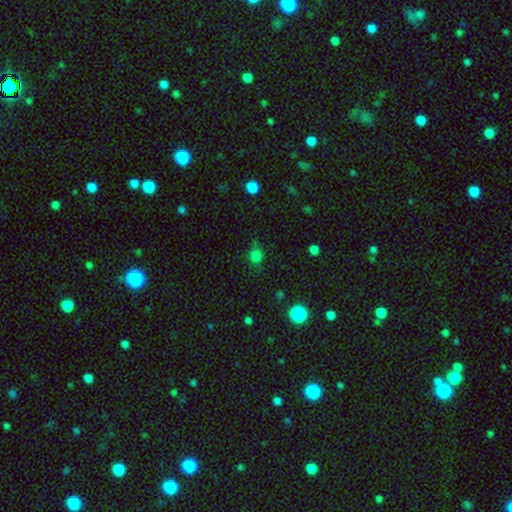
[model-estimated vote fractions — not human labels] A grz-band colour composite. It shows a smooth galaxy with no disk features (76%) that is round (67%). Merging: none (70%).